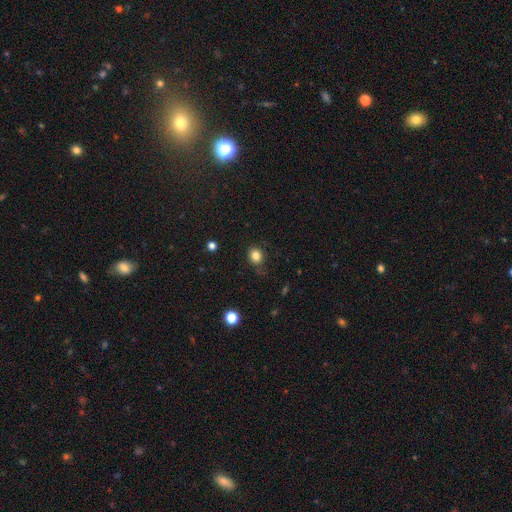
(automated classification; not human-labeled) This is clearly a smooth galaxy (82%). How rounded: likely round (64%). Merging: likely none (77%).